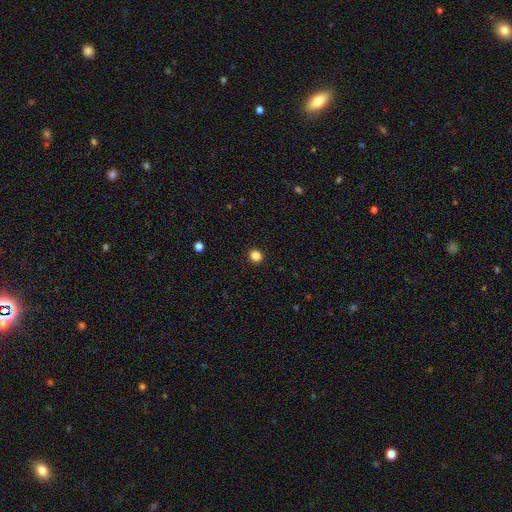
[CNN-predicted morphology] This is clearly a smooth galaxy (85%). How rounded: clearly round (89%). Merging: clearly none (93%).